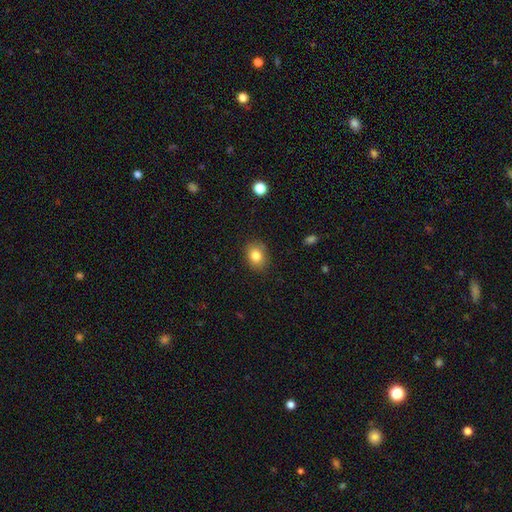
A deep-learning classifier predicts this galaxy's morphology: smooth_or_featured: smooth (p=0.82) [alt: star or artifact p=0.10]
how_rounded: in between (p=0.53) [alt: round p=0.46]
merging: none (p=0.85) [alt: minor disturbance p=0.11]